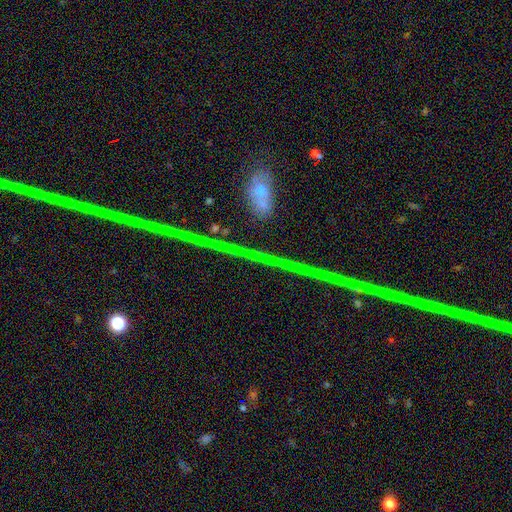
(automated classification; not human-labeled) Smooth or featured: star or artifact — 67% (featured or disk — 20%)